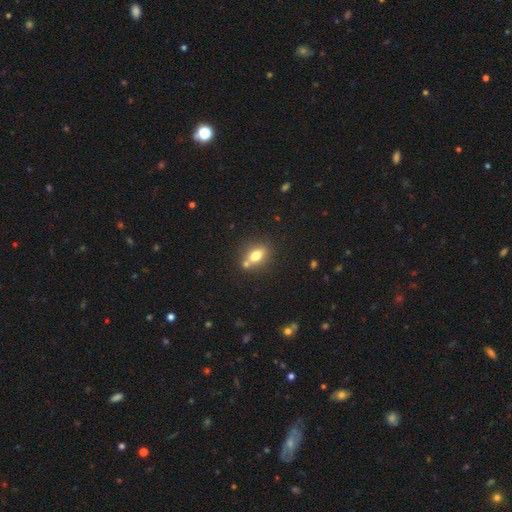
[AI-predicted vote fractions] smooth_or_featured: smooth (p=0.71) [alt: featured or disk p=0.18]
how_rounded: in between (p=0.70) [alt: round p=0.24]
merging: none (p=0.63) [alt: merger p=0.21]